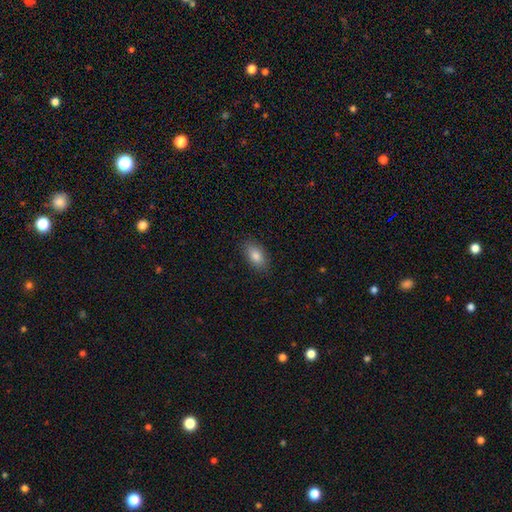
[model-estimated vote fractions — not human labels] smooth 84%, featured or disk 9%, star or artifact 8%. Down the decision tree: how rounded — in between (91%); merging — none (87%).